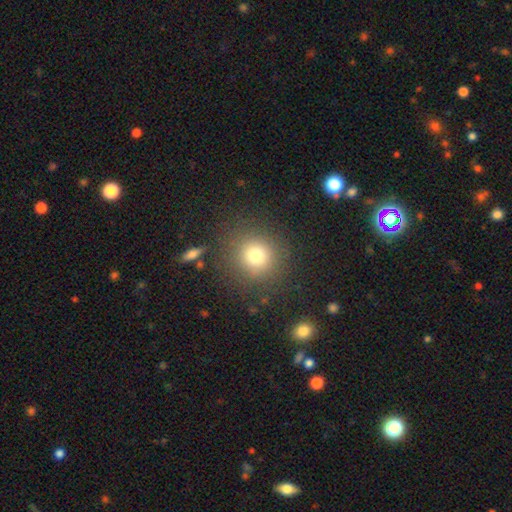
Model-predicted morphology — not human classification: smooth-or-featured: smooth: 76% | star or artifact: 15% | featured or disk: 9%
  how-rounded: round: 91% | in between: 8% | cigar-shaped: 1%
  merging: none: 86% | minor disturbance: 8% | major disturbance: 4% | merger: 2%